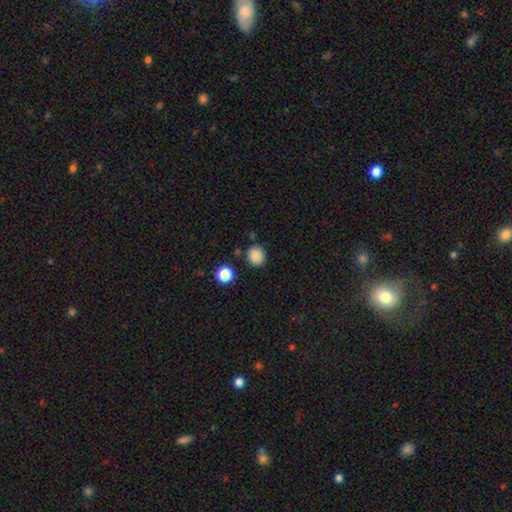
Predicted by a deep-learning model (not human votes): smooth-or-featured: smooth: 86% | star or artifact: 11% | featured or disk: 3%
  how-rounded: round: 85% | in between: 14% | cigar-shaped: 1%
  merging: none: 85% | minor disturbance: 9% | merger: 4% | major disturbance: 3%